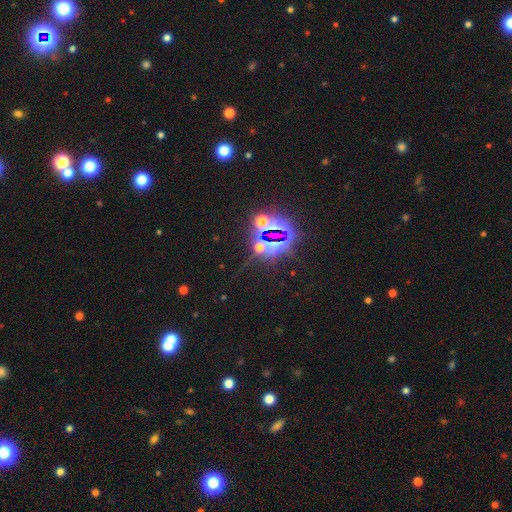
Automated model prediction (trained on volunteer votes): This appears to be a star or artifact, not a galaxy (76%).